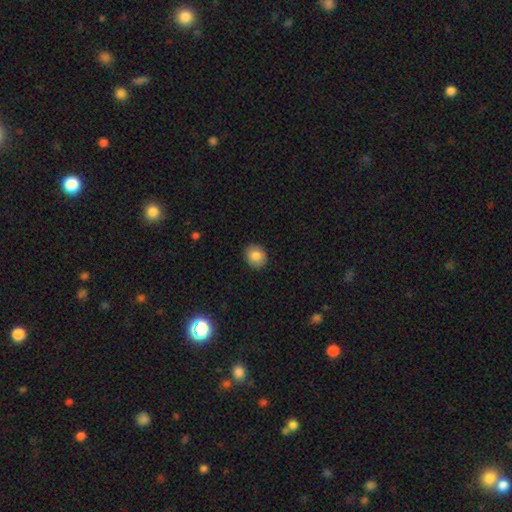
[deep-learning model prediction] A smooth galaxy with no disk features (85%) that is round (71%). Merging: none (90%).